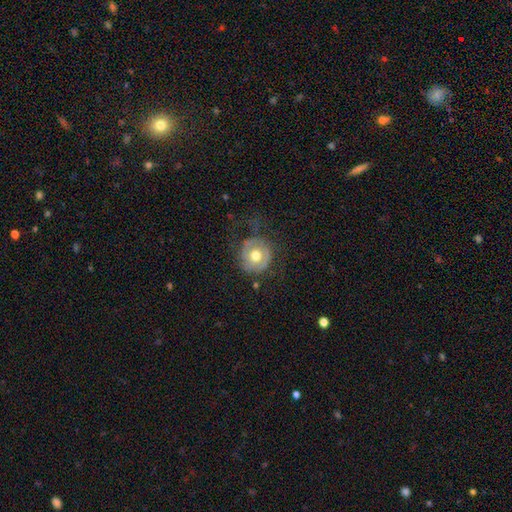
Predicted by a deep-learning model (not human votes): Smooth or featured?
  - featured or disk: 54% *
  - smooth: 39%
  - star or artifact: 7%
Edge-on disk?
  - no: 97% *
  - yes: 3%
Bar?
  - no: 77% *
  - weak: 18%
  - strong: 5%
Spiral arms?
  - yes: 60% *
  - no: 40%
Bulge size?
  - moderate: 77% *
  - large: 14%
  - small: 6%
  - dominant: 1%
  - none: 1%
Merging?
  - none: 60% *
  - minor disturbance: 21%
  - major disturbance: 17%
  - merger: 2%